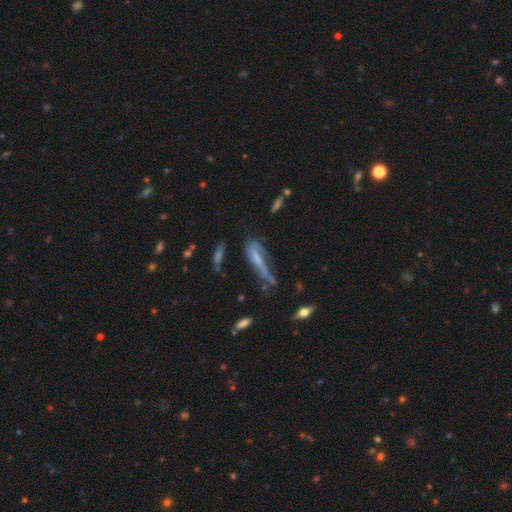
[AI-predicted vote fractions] This is marginally a featured or disk galaxy (45%). Merging: marginally none (36%).